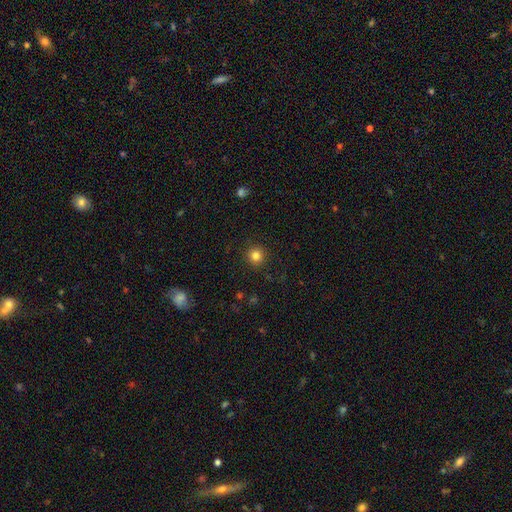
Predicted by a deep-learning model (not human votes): This is clearly a smooth galaxy (83%). How rounded: clearly round (95%). Merging: clearly none (92%).